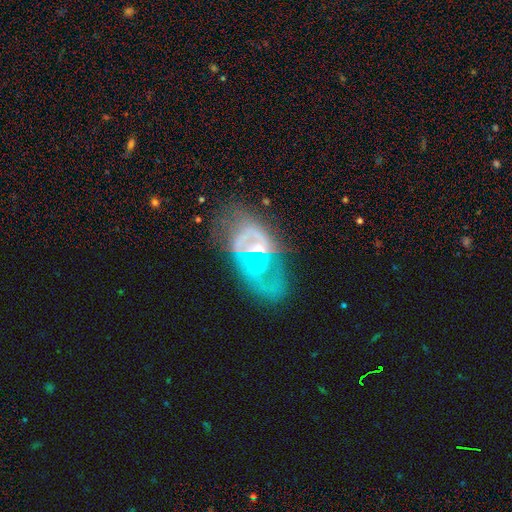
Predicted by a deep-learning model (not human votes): A featured or disk galaxy (71%) with no bar (48%), spiral arms (59%) and a small central bulge (47%). Merging: none (41%).